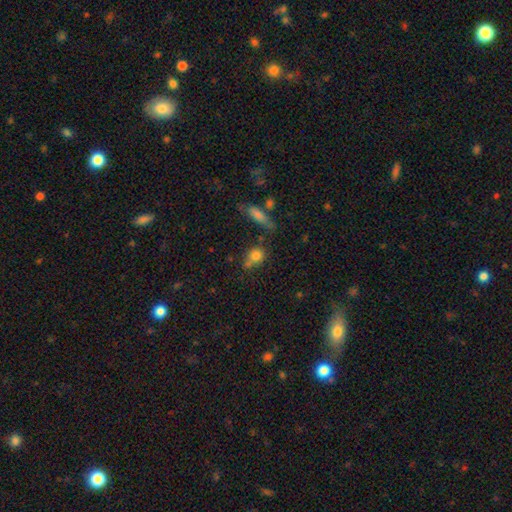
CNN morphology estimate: This is likely a smooth galaxy (78%). How rounded: likely round (66%). Merging: possibly none (54%).